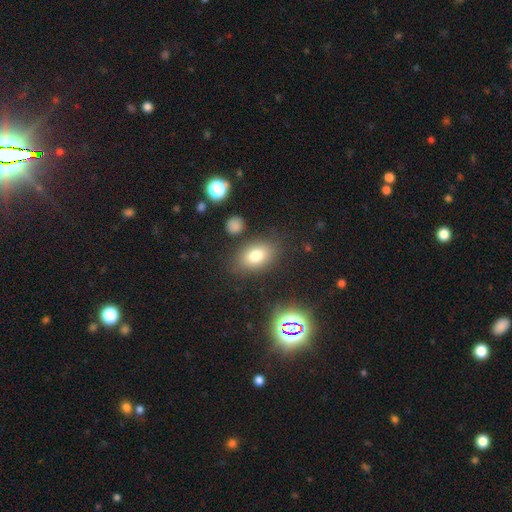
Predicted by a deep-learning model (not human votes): Smooth or featured?
  - smooth: 77% *
  - star or artifact: 12%
  - featured or disk: 11%
How rounded?
  - in between: 81% *
  - round: 17%
  - cigar-shaped: 2%
Merging?
  - none: 80% *
  - minor disturbance: 12%
  - major disturbance: 4%
  - merger: 4%